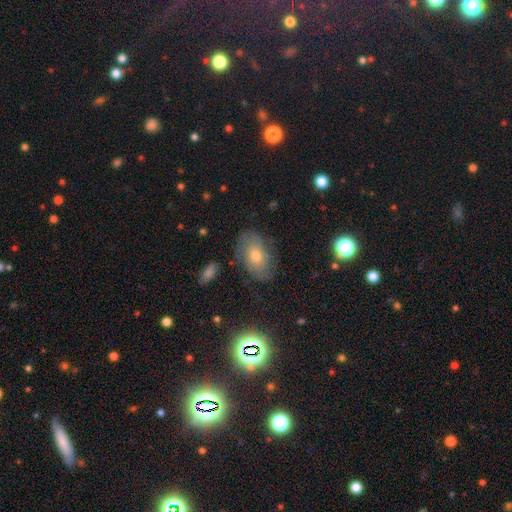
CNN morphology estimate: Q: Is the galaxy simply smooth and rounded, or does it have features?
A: featured or disk — 45%.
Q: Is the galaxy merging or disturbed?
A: none — 74%.